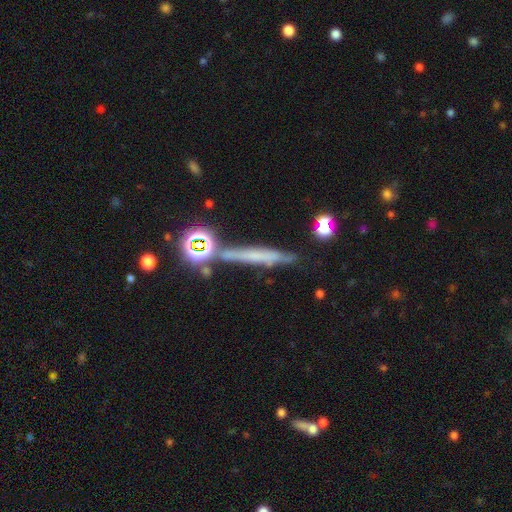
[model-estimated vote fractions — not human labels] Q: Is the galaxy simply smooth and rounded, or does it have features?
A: featured or disk — 39%, tied with smooth.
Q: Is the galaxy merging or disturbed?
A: none — 71%.